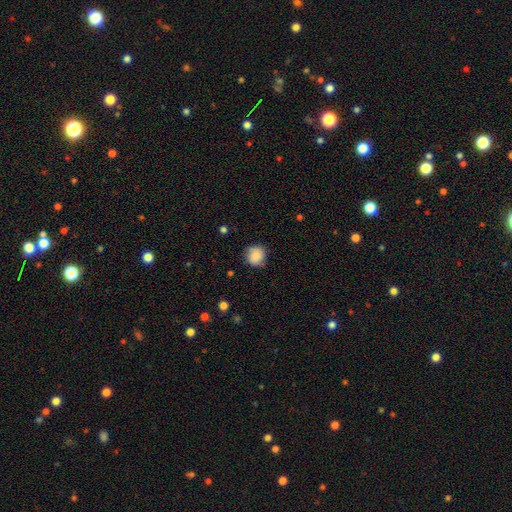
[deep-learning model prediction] Smooth or featured? Predicted: smooth (p=0.85). How rounded? Predicted: round (p=0.88). Merging? Predicted: none (p=0.78).